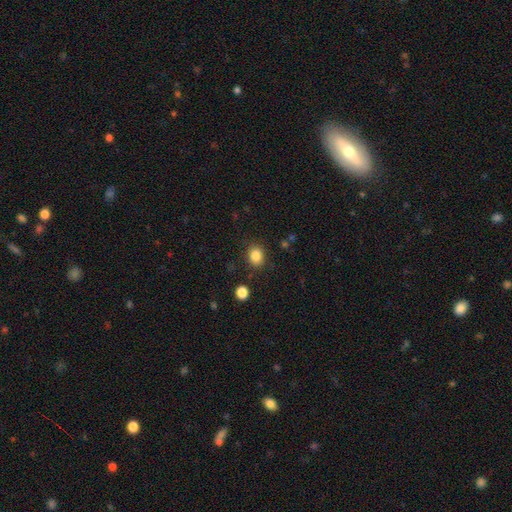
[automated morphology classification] The model was most divided on "how rounded": round: 61%, in between: 38%, cigar-shaped: 1%. More confident: merging — none (85%); smooth or featured — smooth (85%).